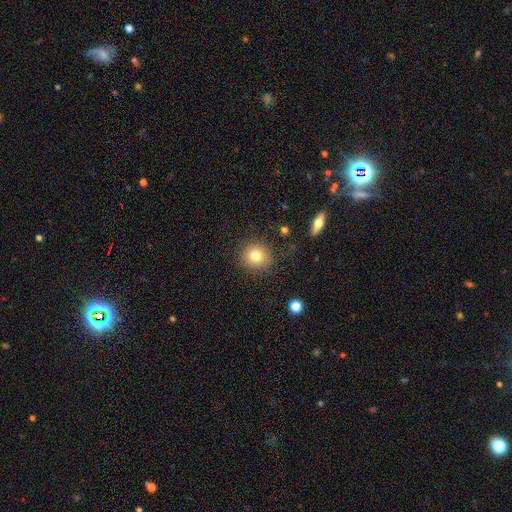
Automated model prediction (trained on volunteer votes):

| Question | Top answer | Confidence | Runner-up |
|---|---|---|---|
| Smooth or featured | smooth | 80% | star or artifact (11%) |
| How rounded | round | 91% | in between (8%) |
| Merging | none | 87% | minor disturbance (8%) |